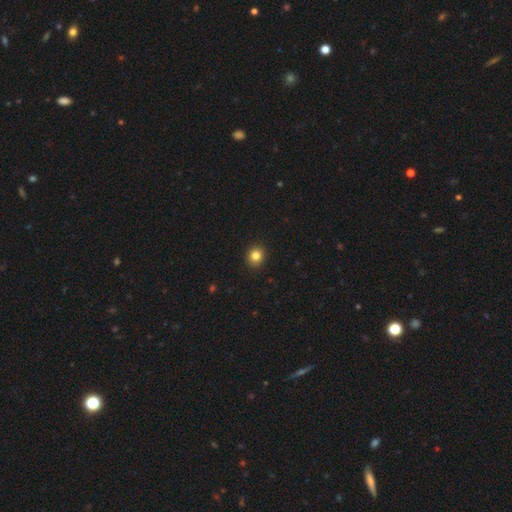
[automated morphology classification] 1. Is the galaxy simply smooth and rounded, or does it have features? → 83% smooth, 11% star or artifact, 6% featured or disk.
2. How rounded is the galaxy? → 82% round, 17% in between, 1% cigar-shaped.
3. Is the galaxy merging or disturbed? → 92% none, 6% minor disturbance, 2% major disturbance, 1% merger.